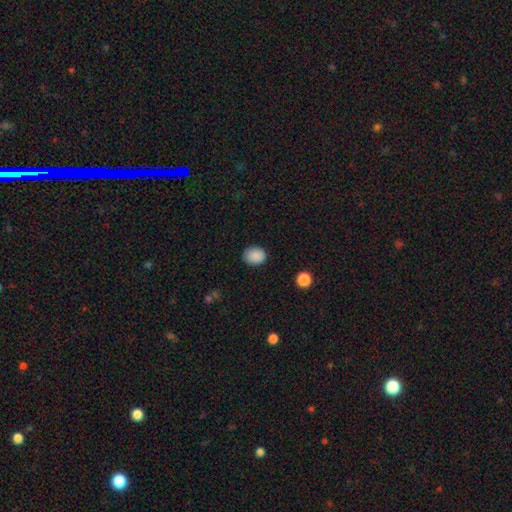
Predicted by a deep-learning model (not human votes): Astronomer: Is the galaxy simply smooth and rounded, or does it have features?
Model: smooth — 88%.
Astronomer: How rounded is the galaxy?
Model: round — 57% (runner-up: in between, 42%).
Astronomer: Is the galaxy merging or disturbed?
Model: none — 86%.